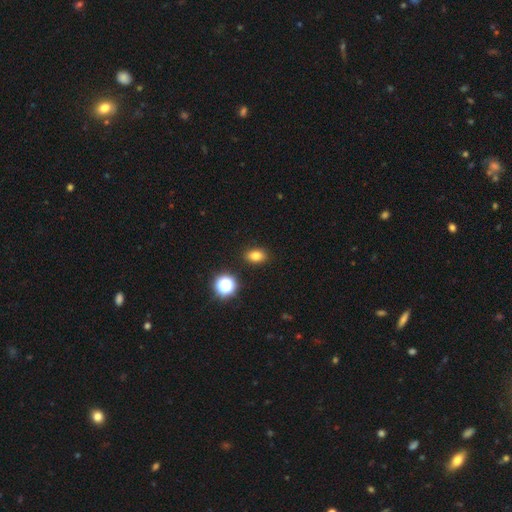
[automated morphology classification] This is likely a smooth galaxy (79%). How rounded: likely in between (74%). Merging: clearly none (88%).